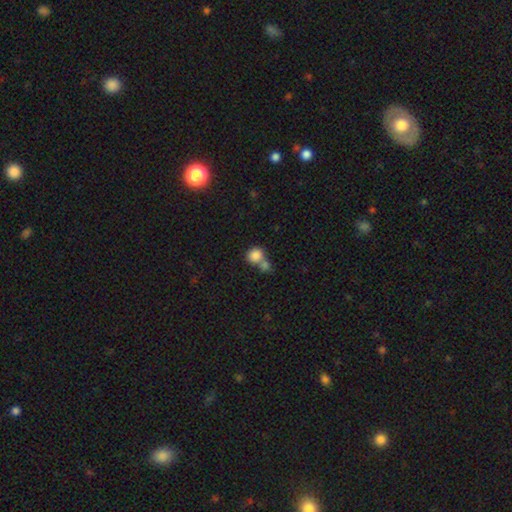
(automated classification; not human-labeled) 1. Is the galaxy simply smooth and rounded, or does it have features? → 84% smooth, 9% star or artifact, 7% featured or disk.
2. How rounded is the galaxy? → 76% round, 23% in between, 1% cigar-shaped.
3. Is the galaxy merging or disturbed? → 53% merger, 36% none, 8% minor disturbance, 4% major disturbance.